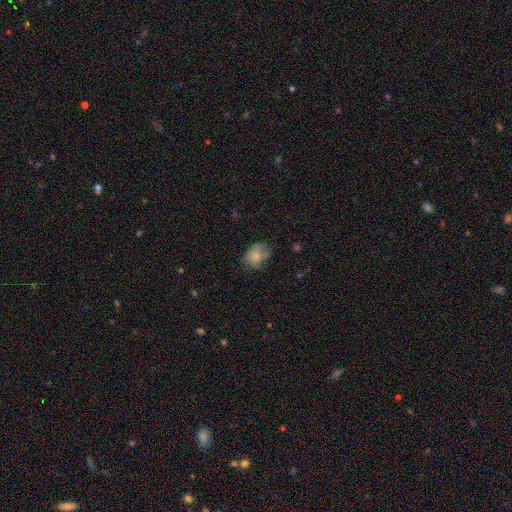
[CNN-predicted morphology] type=smooth (70%); roundness=in between (58%); merging=none (54%).